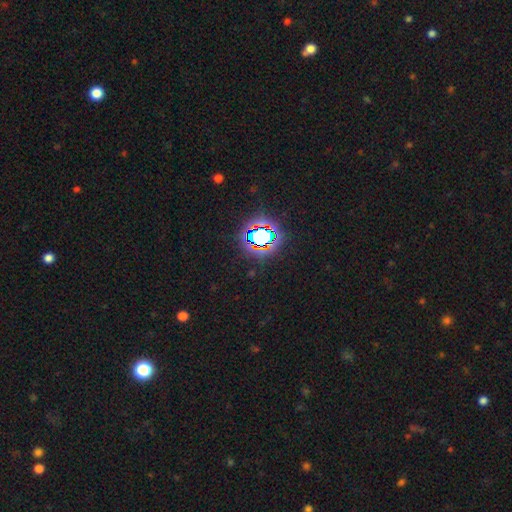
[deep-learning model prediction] Morphology: type=star or artifact (82%).